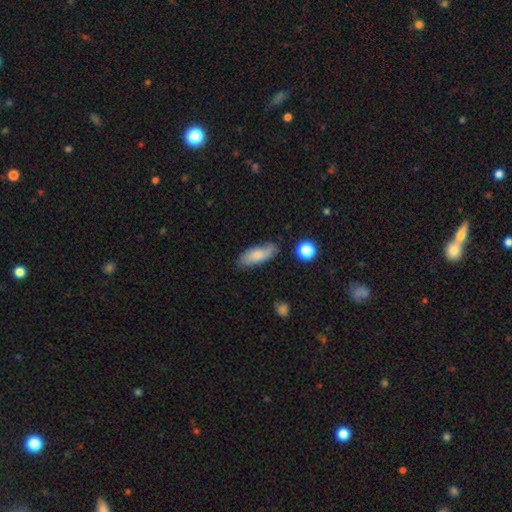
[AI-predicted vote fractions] Overall: smooth (71%). How rounded: in between (72%). Merging: none (79%).